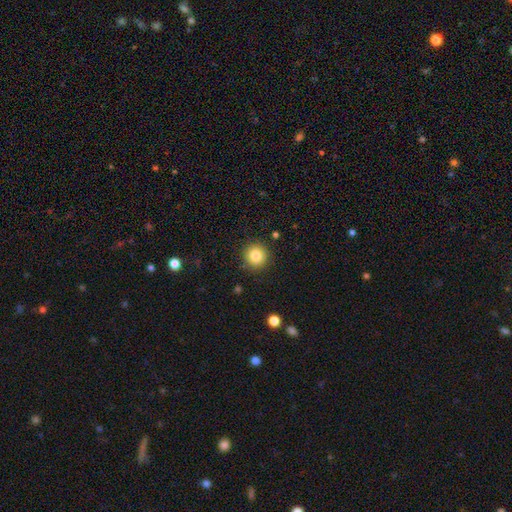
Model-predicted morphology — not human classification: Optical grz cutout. It shows a smooth galaxy with no disk features (84%) that is round (94%). Merging: none (90%).